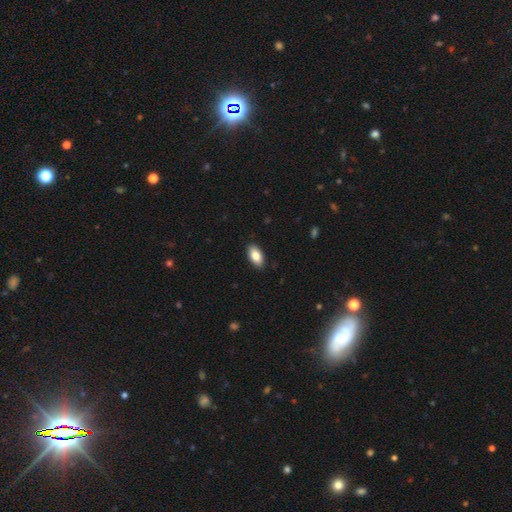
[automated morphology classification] smooth 85%, featured or disk 8%, star or artifact 6%. Down the decision tree: how rounded — in between (93%); merging — none (89%).